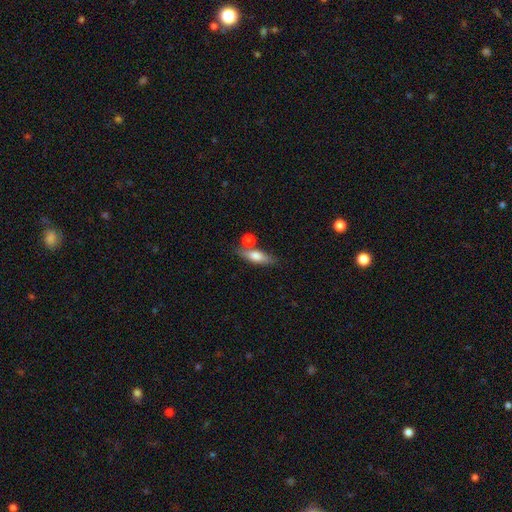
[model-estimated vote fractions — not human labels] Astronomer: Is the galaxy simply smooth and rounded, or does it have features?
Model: smooth — 69%.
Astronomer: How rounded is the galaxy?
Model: in between — 54% (runner-up: cigar-shaped, 41%).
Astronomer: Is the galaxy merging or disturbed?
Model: none — 62%.